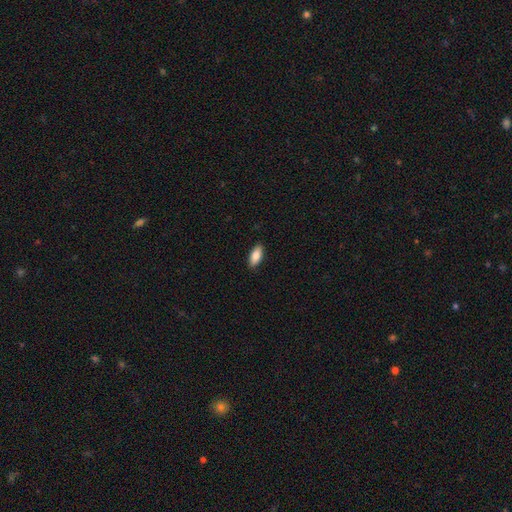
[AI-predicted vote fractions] Smooth or featured: smooth — 84% (featured or disk — 10%)
How rounded: in between — 87% (cigar-shaped — 11%)
Merging: none — 89% (minor disturbance — 8%)